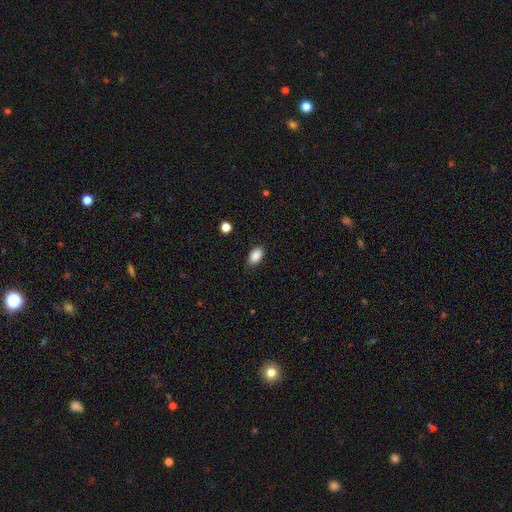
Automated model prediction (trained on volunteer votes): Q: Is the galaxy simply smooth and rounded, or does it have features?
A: smooth — 89%.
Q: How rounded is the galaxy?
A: in between — 92%.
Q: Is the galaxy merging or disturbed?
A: none — 86%.